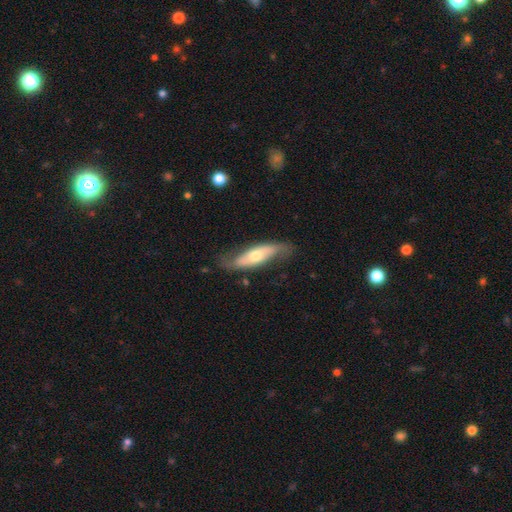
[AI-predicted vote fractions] Smooth or featured: featured or disk — 58% (smooth — 37%)
Edge-on disk: no — 66% (yes — 34%)
Merging: none — 68% (minor disturbance — 23%)